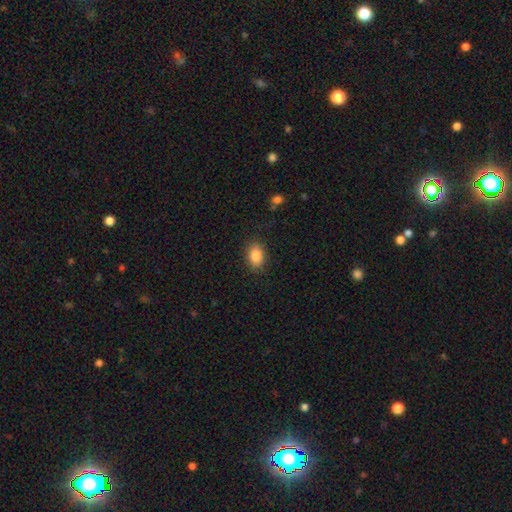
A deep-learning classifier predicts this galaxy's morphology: Q: Smooth or featured?
A: smooth (87%); runner-up: star or artifact (8%)
Q: How rounded?
A: in between (82%); runner-up: round (17%)
Q: Merging?
A: none (85%); runner-up: minor disturbance (11%)